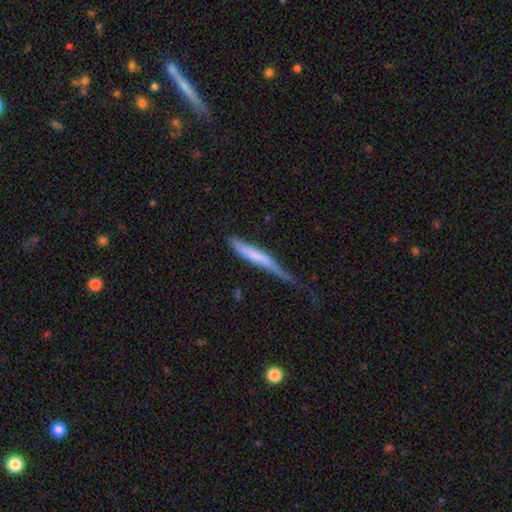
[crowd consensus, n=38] A featured or disk galaxy (50%) viewed edge-on (95%) with no central bulge (72%). Merging: none (37%).